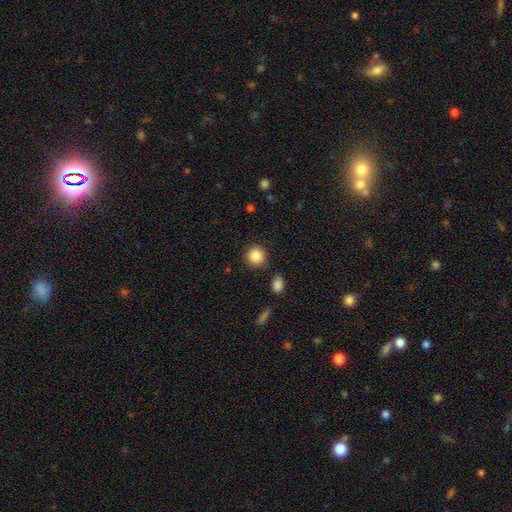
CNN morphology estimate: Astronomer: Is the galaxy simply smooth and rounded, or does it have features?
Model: smooth — 86%.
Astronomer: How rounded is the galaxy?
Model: round — 91%.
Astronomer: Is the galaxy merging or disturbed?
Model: none — 84%.